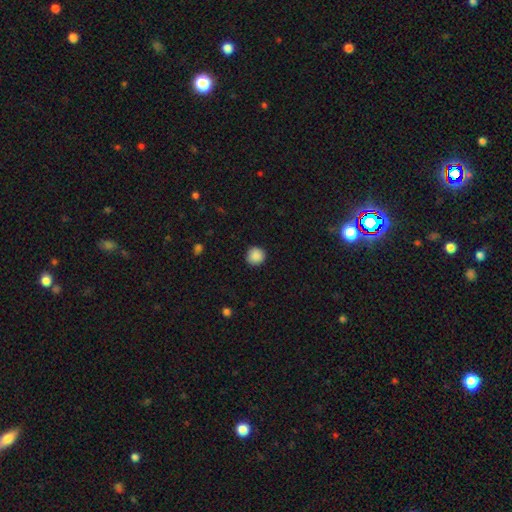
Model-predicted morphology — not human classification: Smooth or featured?
  - smooth: 89% *
  - star or artifact: 9%
  - featured or disk: 3%
How rounded?
  - round: 94% *
  - in between: 5%
  - cigar-shaped: 1%
Merging?
  - none: 92% *
  - minor disturbance: 5%
  - major disturbance: 2%
  - merger: 1%